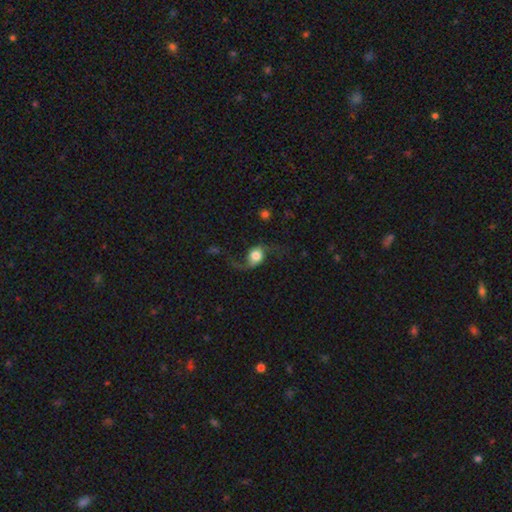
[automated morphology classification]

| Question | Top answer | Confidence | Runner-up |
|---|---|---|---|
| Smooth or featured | featured or disk | 63% | smooth (28%) |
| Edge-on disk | no | 94% | yes (6%) |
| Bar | no | 65% | weak (25%) |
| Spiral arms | yes | 91% | no (9%) |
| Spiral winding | loose | 91% | medium (7%) |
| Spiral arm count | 2 | 88% | 1 (8%) |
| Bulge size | large | 43% | dominant (25%) |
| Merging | none | 56% | major disturbance (25%) |